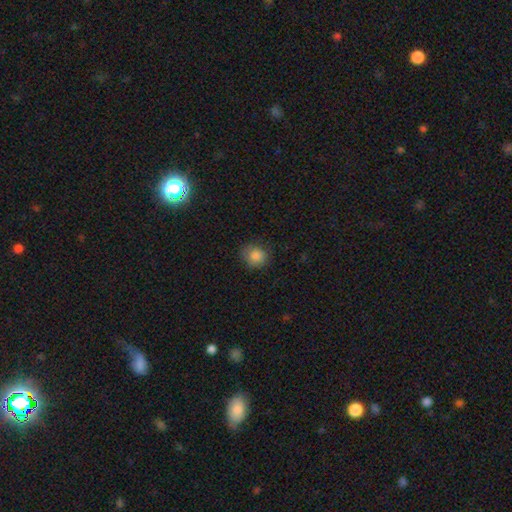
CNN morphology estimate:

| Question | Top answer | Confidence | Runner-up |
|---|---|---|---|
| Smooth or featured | smooth | 85% | star or artifact (10%) |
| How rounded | round | 78% | in between (21%) |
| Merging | none | 77% | minor disturbance (17%) |